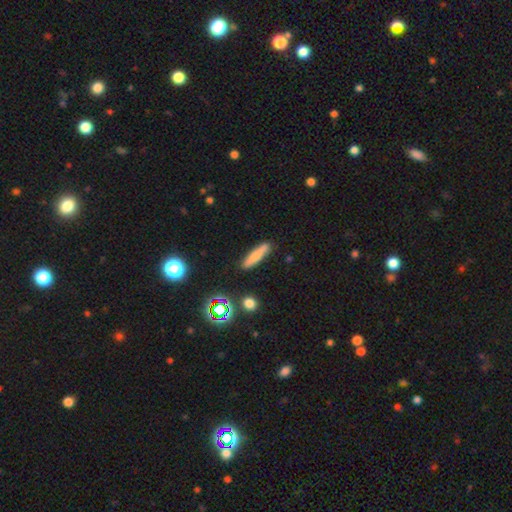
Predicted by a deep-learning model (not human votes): Smooth or featured? smooth (69%)
How rounded? cigar-shaped (83%)
Merging? none (86%)